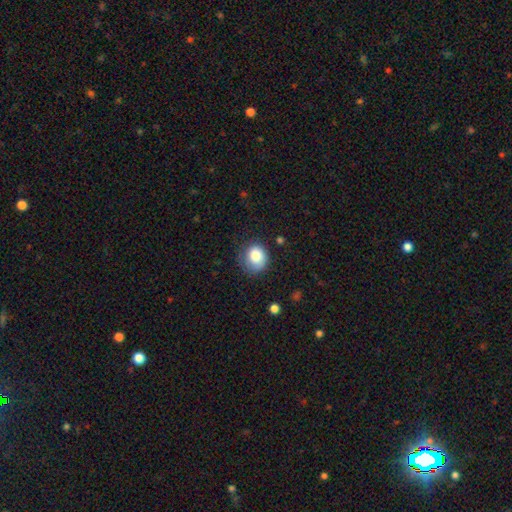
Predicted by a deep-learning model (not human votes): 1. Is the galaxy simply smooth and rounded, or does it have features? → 83% smooth, 10% featured or disk, 8% star or artifact.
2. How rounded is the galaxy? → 69% round, 30% in between, 1% cigar-shaped.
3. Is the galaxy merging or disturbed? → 62% none, 26% minor disturbance, 10% major disturbance, 2% merger.